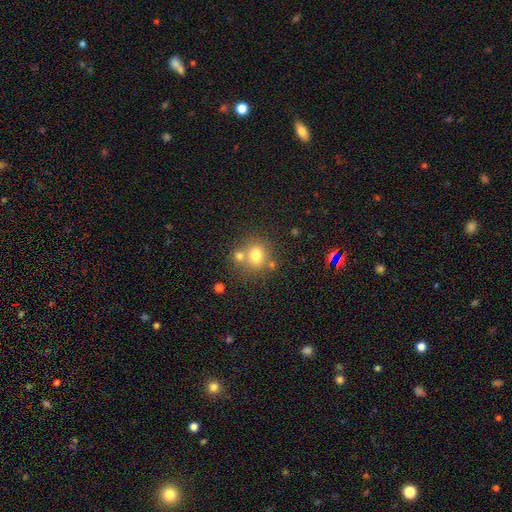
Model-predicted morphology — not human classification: Smooth or featured?
  - smooth: 73% *
  - featured or disk: 14%
  - star or artifact: 13%
How rounded?
  - round: 67% *
  - in between: 32%
  - cigar-shaped: 1%
Merging?
  - none: 53% *
  - merger: 33%
  - minor disturbance: 11%
  - major disturbance: 4%